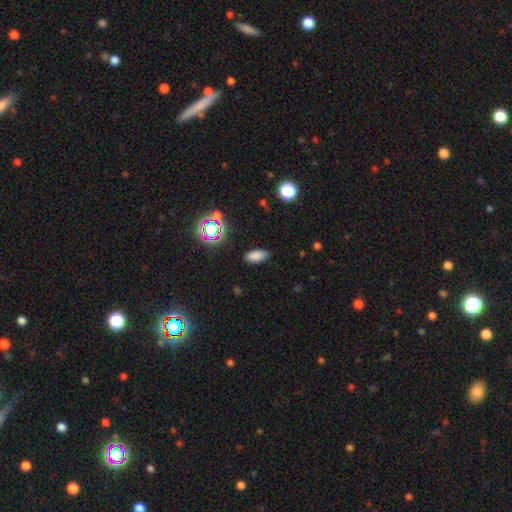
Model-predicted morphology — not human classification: type=smooth (79%); roundness=in between (90%); merging=none (85%).